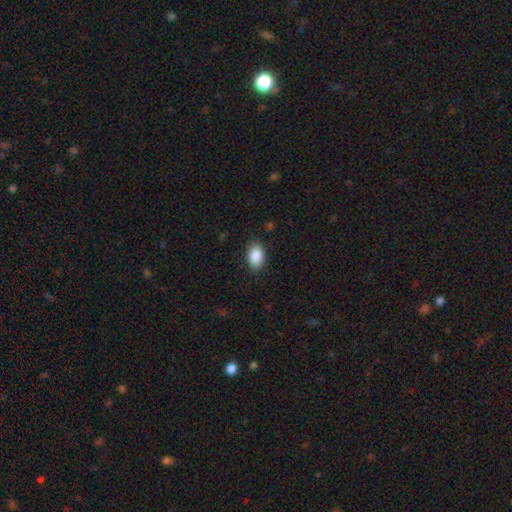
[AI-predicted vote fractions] The model was most divided on "merging": none: 85%, minor disturbance: 11%, major disturbance: 3%, merger: 1%. More confident: how rounded — in between (90%); smooth or featured — smooth (89%).